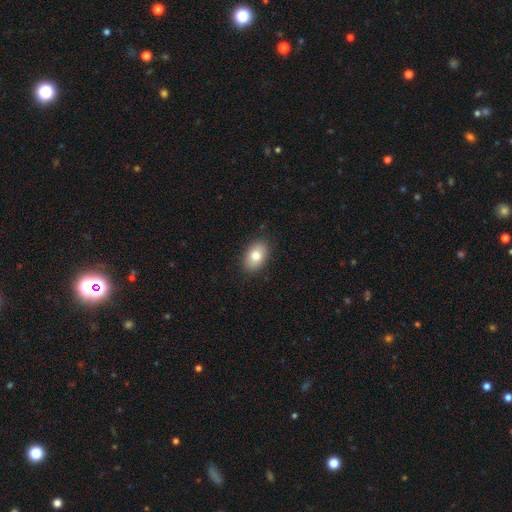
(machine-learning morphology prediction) Overall: smooth (81%). How rounded: in between (87%). Merging: none (87%).